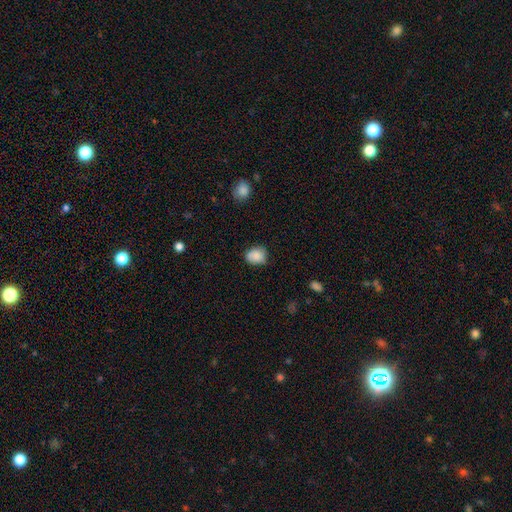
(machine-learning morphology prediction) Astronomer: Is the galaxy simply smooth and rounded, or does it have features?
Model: smooth — 85%.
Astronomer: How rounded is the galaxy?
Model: round — 54% (runner-up: in between, 45%).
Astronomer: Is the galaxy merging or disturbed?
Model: none — 67%.